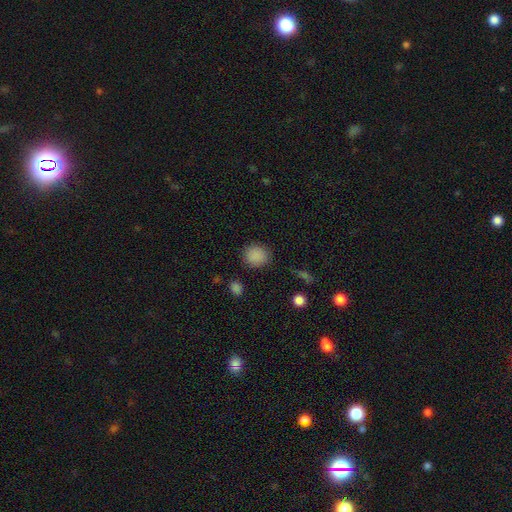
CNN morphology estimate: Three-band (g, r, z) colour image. It shows a smooth galaxy with no disk features (87%) that is round (80%). Merging: none (85%).